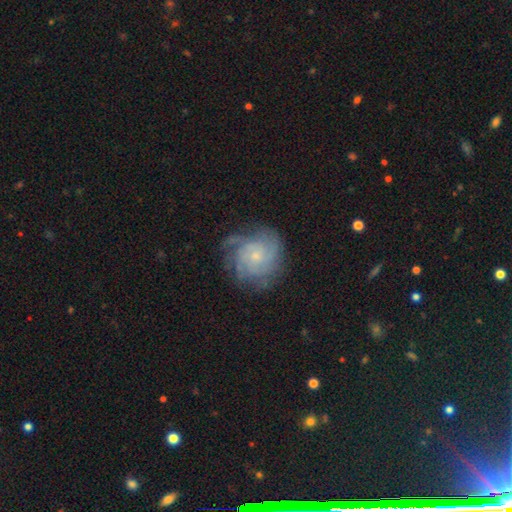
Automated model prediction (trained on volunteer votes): smooth_or_featured: featured or disk (p=0.75) [alt: smooth p=0.17]
disk_edge_on: no (p=0.98) [alt: yes p=0.02]
bar: no (p=0.80) [alt: weak p=0.17]
has_spiral_arms: yes (p=0.93) [alt: no p=0.07]
spiral_winding: tight (p=0.60) [alt: medium p=0.30]
spiral_arm_count: can't tell (p=0.38) [alt: 4 p=0.19]
bulge_size: small (p=0.75) [alt: moderate p=0.19]
merging: none (p=0.65) [alt: minor disturbance p=0.22]